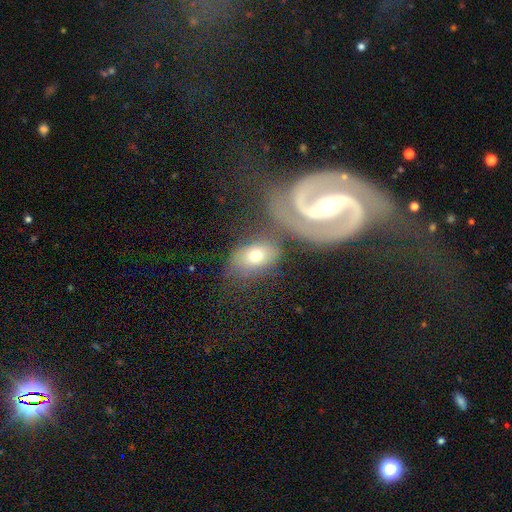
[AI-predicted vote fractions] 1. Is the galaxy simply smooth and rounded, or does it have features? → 47% smooth, 45% featured or disk, 8% star or artifact.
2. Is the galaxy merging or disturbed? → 48% none, 26% merger, 16% minor disturbance, 10% major disturbance.